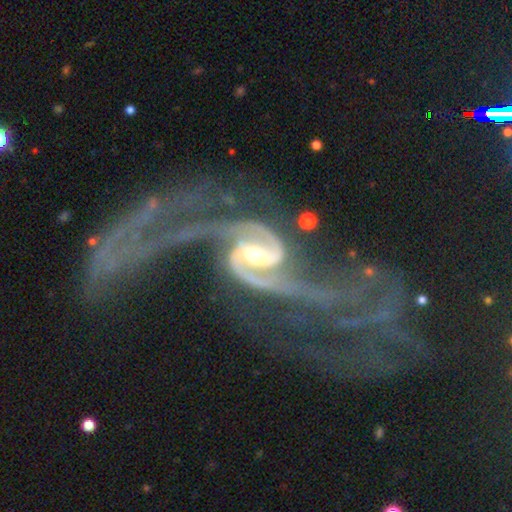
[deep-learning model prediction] A featured or disk galaxy (93%) with a strong bar (42%), 2 (76%) medium (44%) spiral arms (98%) and a moderate central bulge (59%). Merging: major disturbance (42%).